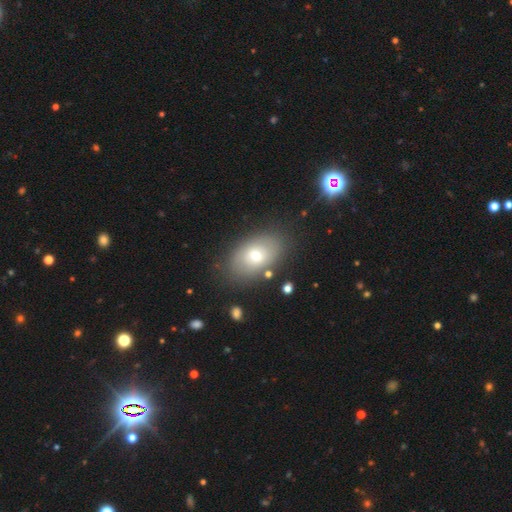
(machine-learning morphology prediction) Overall: smooth (62%; featured or disk 28%). How rounded: in between (85%). Merging: none (79%).